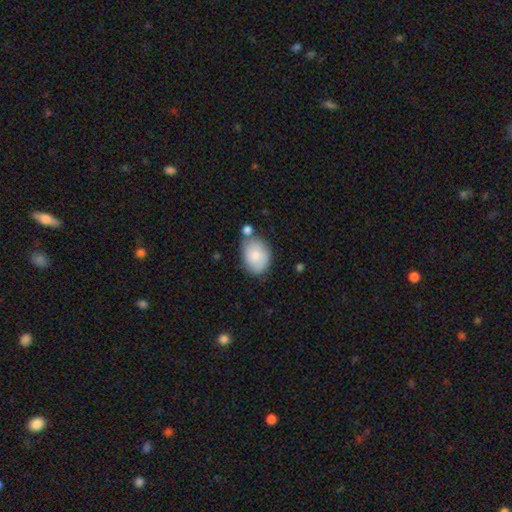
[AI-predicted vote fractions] Smooth or featured? Predicted: smooth (p=0.77). How rounded? Predicted: in between (p=0.71). Merging? Predicted: none (p=0.59).